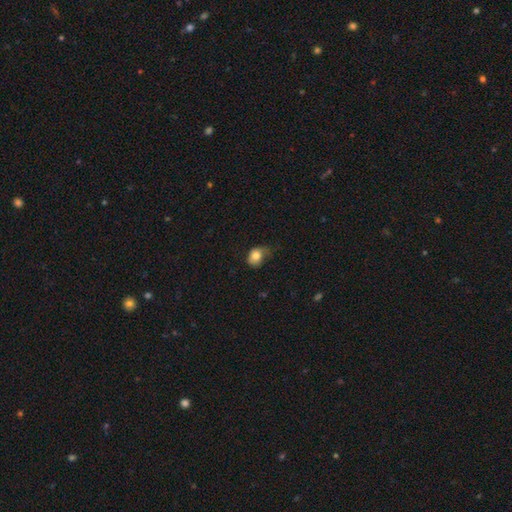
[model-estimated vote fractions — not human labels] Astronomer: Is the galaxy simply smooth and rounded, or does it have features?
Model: smooth — 79%.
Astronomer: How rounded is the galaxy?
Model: in between — 57% (runner-up: round, 42%).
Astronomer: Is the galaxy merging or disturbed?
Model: minor disturbance — 41% (runner-up: none, 35%).